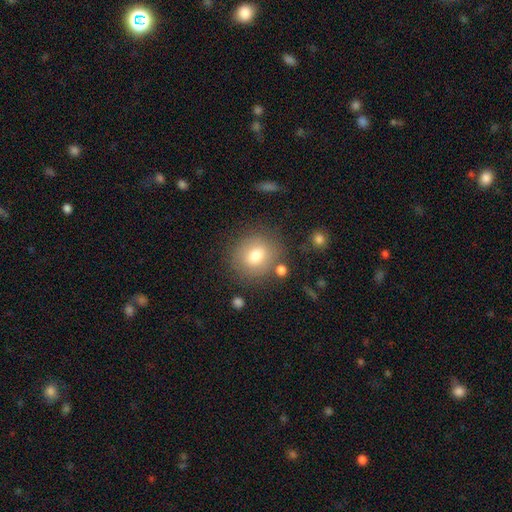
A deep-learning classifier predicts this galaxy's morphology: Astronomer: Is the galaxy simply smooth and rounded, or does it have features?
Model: smooth — 74%.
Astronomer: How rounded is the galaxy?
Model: round — 76%.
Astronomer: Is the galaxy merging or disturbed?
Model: none — 78%.